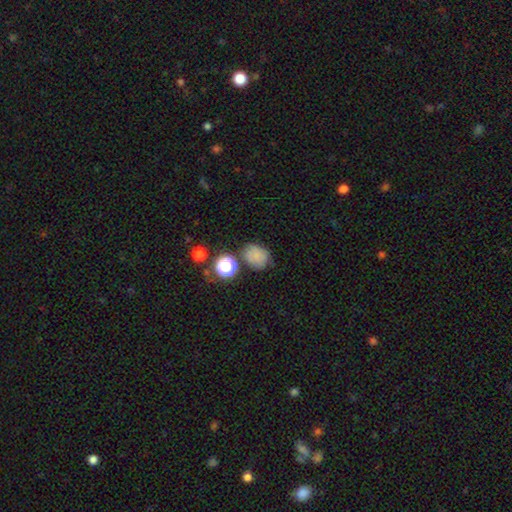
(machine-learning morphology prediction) This is likely a smooth galaxy (76%). How rounded: likely round (64%). Merging: likely none (69%).